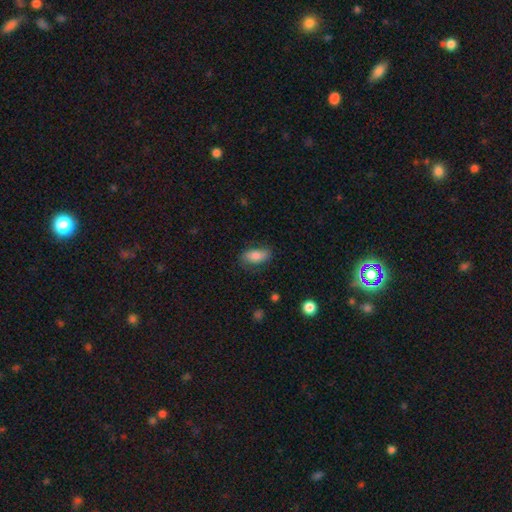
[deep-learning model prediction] smooth-or-featured: smooth: 75% | featured or disk: 18% | star or artifact: 7%
  how-rounded: in between: 87% | cigar-shaped: 9% | round: 4%
  merging: none: 75% | minor disturbance: 19% | major disturbance: 5% | merger: 1%